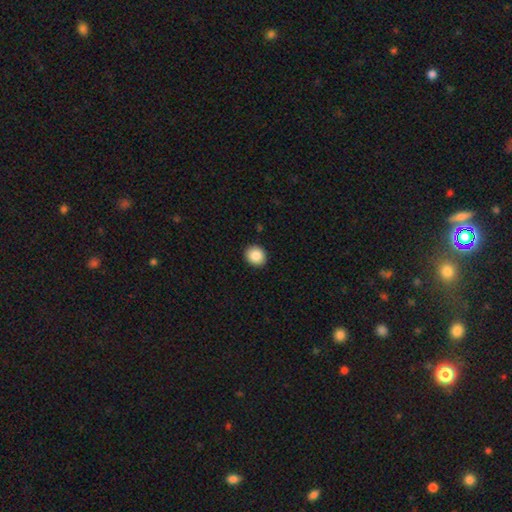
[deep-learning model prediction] This appears to be a smooth galaxy with no disk features (88%) that is round (76%). Merging: none (91%).